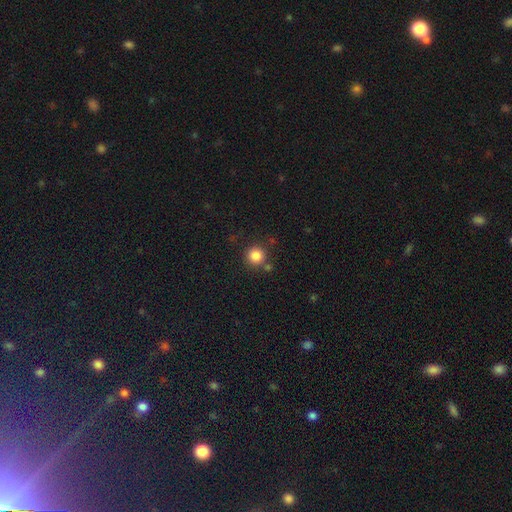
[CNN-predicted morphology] Overall: smooth (84%). How rounded: round (94%). Merging: none (79%).